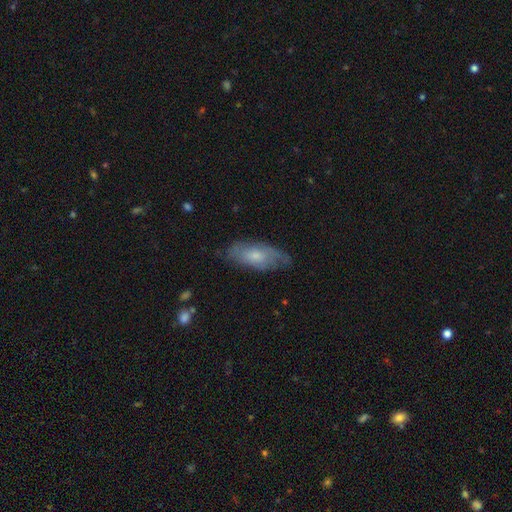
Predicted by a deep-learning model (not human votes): Smooth or featured? smooth (55%)
How rounded? in between (83%)
Merging? none (67%)